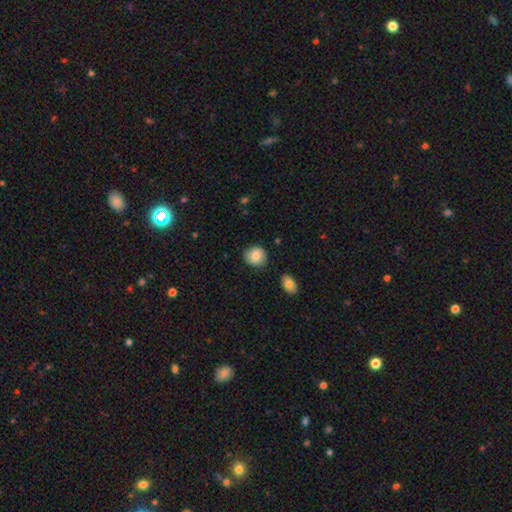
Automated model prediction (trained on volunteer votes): Q: Smooth or featured?
A: smooth (83%); runner-up: featured or disk (10%)
Q: How rounded?
A: round (80%); runner-up: in between (19%)
Q: Merging?
A: none (78%); runner-up: minor disturbance (17%)